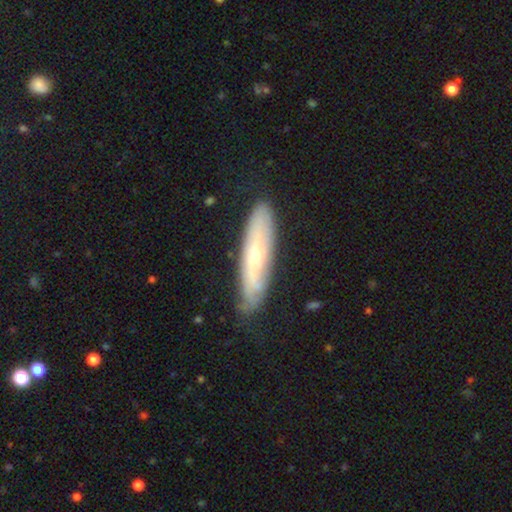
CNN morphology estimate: smooth_or_featured: featured or disk (p=0.54) [alt: smooth p=0.39]
disk_edge_on: no (p=0.52) [alt: yes p=0.48]
merging: none (p=0.77) [alt: minor disturbance p=0.18]